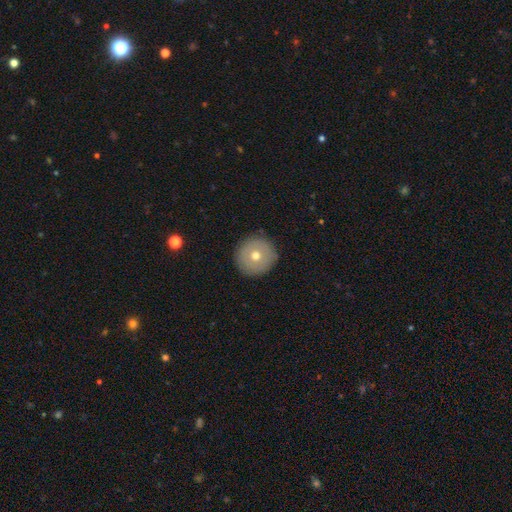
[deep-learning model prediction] smooth-or-featured: smooth: 62% | featured or disk: 30% | star or artifact: 9%
  how-rounded: round: 95% | in between: 4% | cigar-shaped: 1%
  merging: none: 90% | minor disturbance: 7% | major disturbance: 2% | merger: 1%